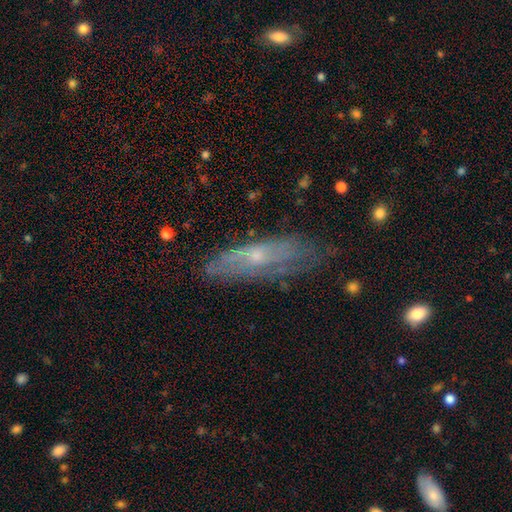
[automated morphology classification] Smooth or featured?
  - featured or disk: 58% *
  - smooth: 33%
  - star or artifact: 9%
Edge-on disk?
  - no: 60% *
  - yes: 40%
Merging?
  - none: 67% *
  - minor disturbance: 24%
  - major disturbance: 7%
  - merger: 2%